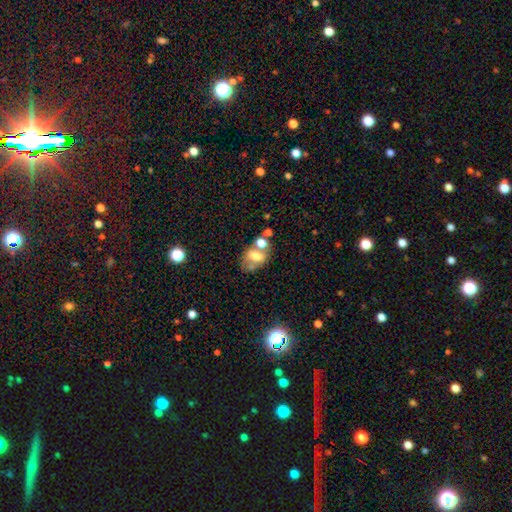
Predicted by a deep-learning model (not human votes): Smooth or featured?
  - smooth: 57% *
  - featured or disk: 31%
  - star or artifact: 12%
How rounded?
  - in between: 72% *
  - round: 26%
  - cigar-shaped: 2%
Merging?
  - merger: 38% *
  - none: 35%
  - minor disturbance: 16%
  - major disturbance: 11%